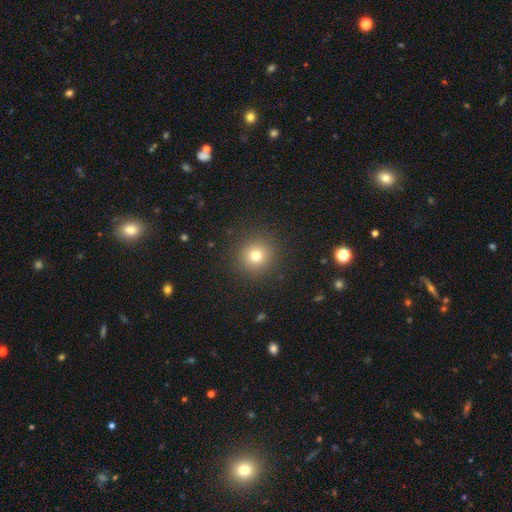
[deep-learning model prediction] Overall: smooth (76%). How rounded: round (94%). Merging: none (90%).